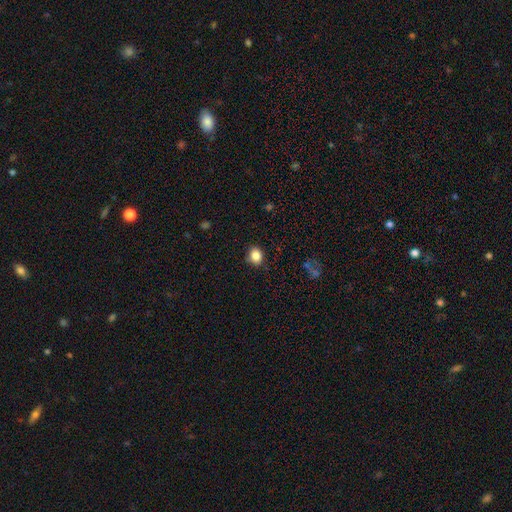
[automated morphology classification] Smooth or featured?
  - smooth: 86% *
  - star or artifact: 10%
  - featured or disk: 5%
How rounded?
  - round: 54% *
  - in between: 45%
  - cigar-shaped: 1%
Merging?
  - none: 83% *
  - minor disturbance: 12%
  - major disturbance: 3%
  - merger: 1%